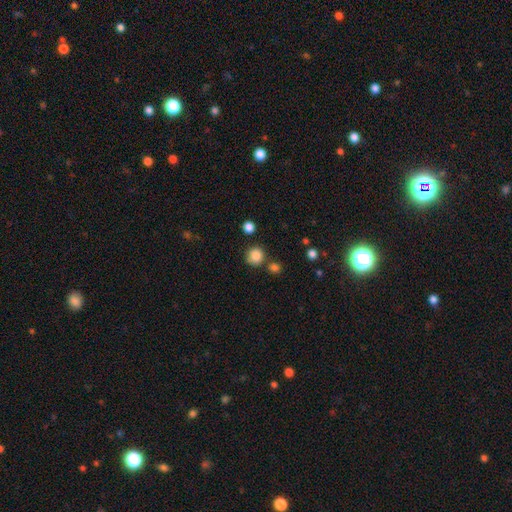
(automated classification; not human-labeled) Smooth or featured? Predicted: smooth (p=0.85). How rounded? Predicted: round (p=0.90). Merging? Predicted: none (p=0.74).